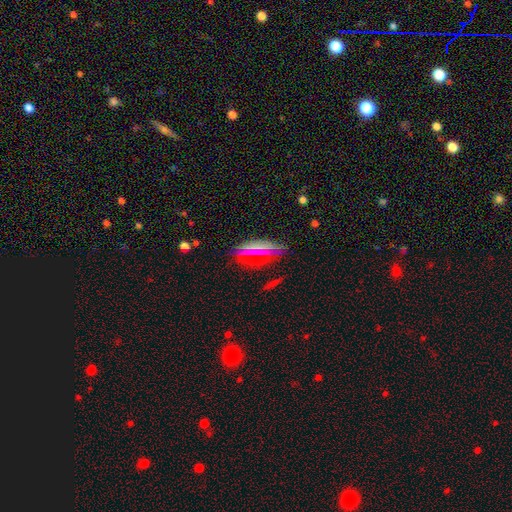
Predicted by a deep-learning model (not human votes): smooth_or_featured: smooth (p=0.65) [alt: star or artifact p=0.19]
how_rounded: in between (p=0.69) [alt: cigar-shaped p=0.20]
merging: none (p=0.76) [alt: minor disturbance p=0.16]